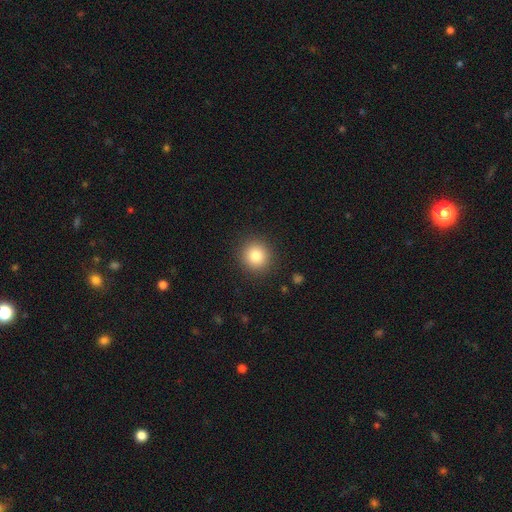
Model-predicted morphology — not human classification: A smooth galaxy with no disk features (82%) that is round (93%).

Vote fractions:
- Smooth or featured? smooth: 82% / star or artifact: 10% / featured or disk: 7%
- How rounded? round: 93% / in between: 6% / cigar-shaped: 1%
- Merging? none: 91% / minor disturbance: 6% / major disturbance: 2% / merger: 1%